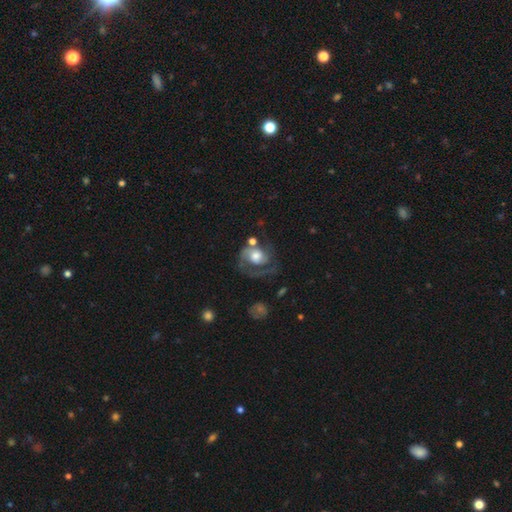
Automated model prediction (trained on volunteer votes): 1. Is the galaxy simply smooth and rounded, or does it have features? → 72% featured or disk, 21% smooth, 7% star or artifact.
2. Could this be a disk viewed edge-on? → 98% no, 2% yes.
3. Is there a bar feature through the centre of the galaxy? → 72% no, 24% weak, 5% strong.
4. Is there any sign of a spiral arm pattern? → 88% yes, 12% no.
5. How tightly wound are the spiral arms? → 44% medium, 35% tight, 21% loose.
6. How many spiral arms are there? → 49% 2, 38% 1, 8% can't tell, 2% 3, 1% 4, 1% more than 4.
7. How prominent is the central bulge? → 47% moderate, 36% large, 11% small, 4% dominant, 3% none.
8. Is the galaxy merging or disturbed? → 40% none, 31% major disturbance, 19% minor disturbance, 10% merger.